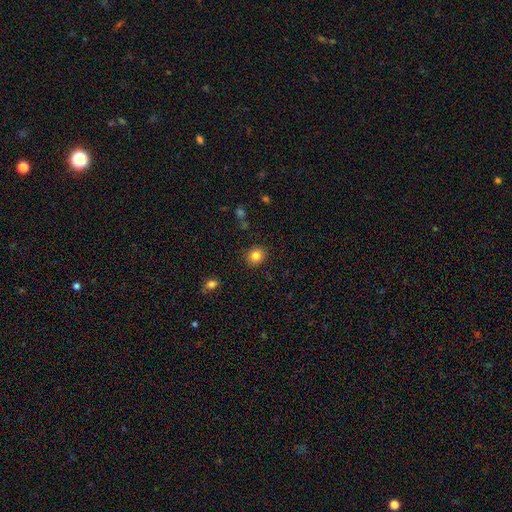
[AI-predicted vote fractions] Overall: smooth (83%). How rounded: round (74%). Merging: none (89%).